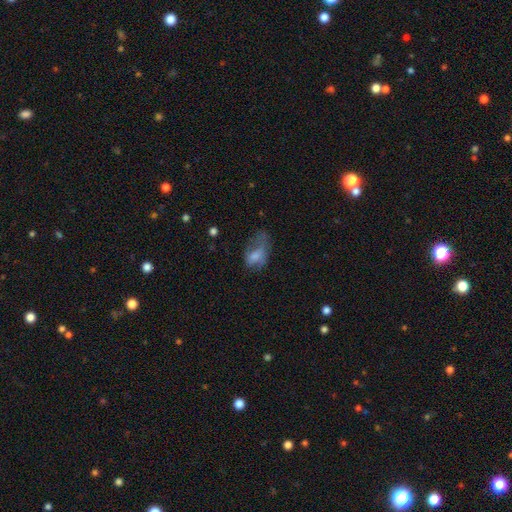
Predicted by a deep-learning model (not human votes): A smooth galaxy with no disk features (61%) that is in between round and cigar-shaped (87%). Merging: major disturbance (45%).